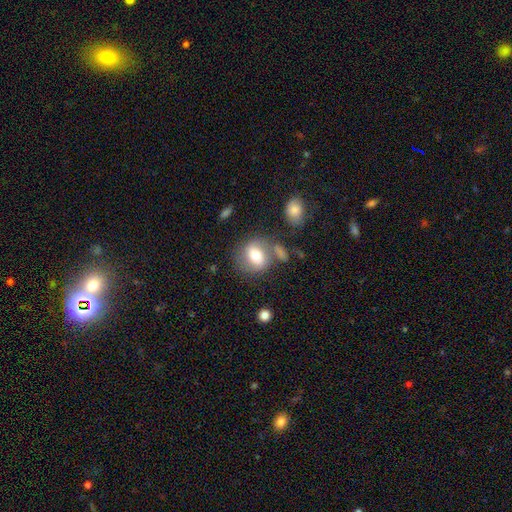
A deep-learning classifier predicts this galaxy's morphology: smooth 65%, featured or disk 26%, star or artifact 8%. Down the decision tree: how rounded — round (60%); merging — none (59%).